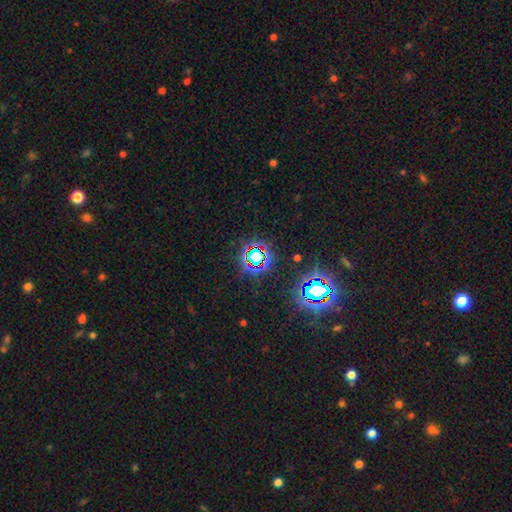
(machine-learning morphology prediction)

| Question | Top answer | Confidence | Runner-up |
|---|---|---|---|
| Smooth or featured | star or artifact | 72% | smooth (17%) |